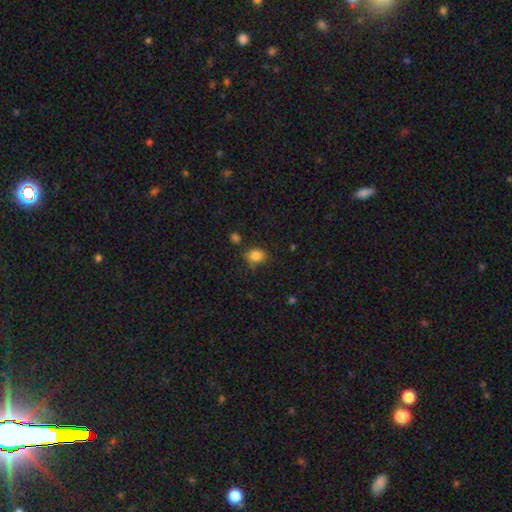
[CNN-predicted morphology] Smooth or featured?
  - smooth: 83% *
  - star or artifact: 11%
  - featured or disk: 6%
How rounded?
  - in between: 58% *
  - round: 41%
  - cigar-shaped: 1%
Merging?
  - none: 70% *
  - minor disturbance: 20%
  - merger: 5%
  - major disturbance: 5%